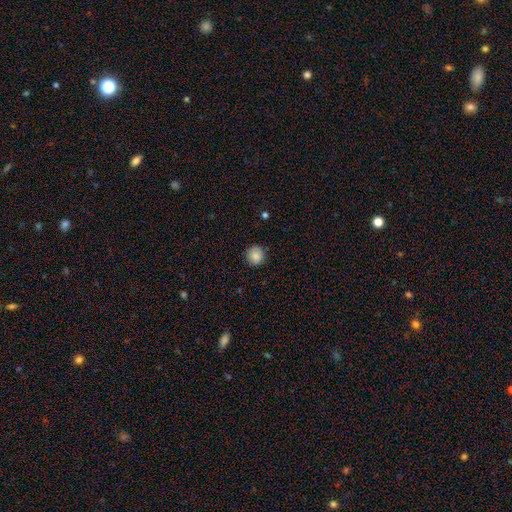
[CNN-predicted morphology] This is clearly a smooth galaxy (87%). How rounded: clearly round (92%). Merging: clearly none (88%).